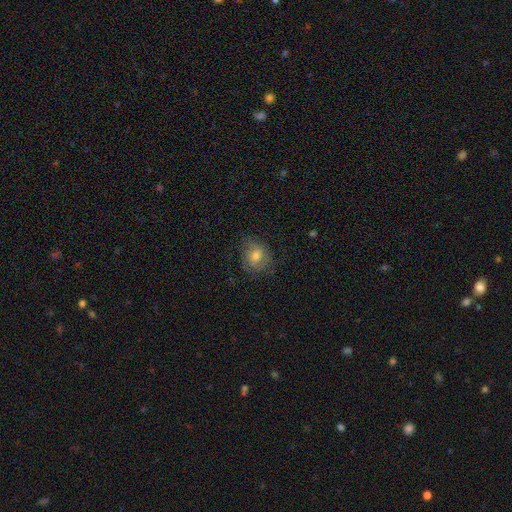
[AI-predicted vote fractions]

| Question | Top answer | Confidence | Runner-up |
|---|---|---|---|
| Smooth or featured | smooth | 46% | featured or disk (43%) |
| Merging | none | 69% | minor disturbance (21%) |